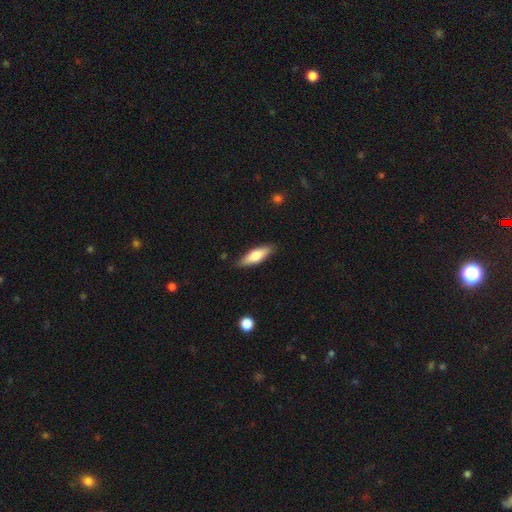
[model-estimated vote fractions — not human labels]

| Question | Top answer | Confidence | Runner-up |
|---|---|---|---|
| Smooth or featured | smooth | 68% | featured or disk (26%) |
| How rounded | in between | 49% | tied: cigar-shaped (49%) |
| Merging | none | 86% | minor disturbance (11%) |